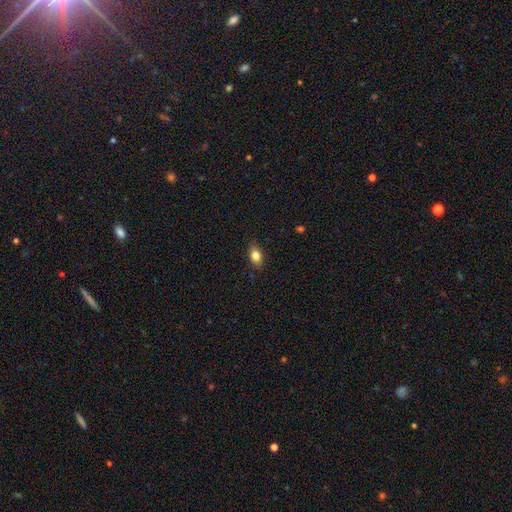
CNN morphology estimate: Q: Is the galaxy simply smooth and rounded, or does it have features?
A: smooth — 82%.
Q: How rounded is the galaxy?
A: in between — 84%.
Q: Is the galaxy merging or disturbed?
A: none — 86%.